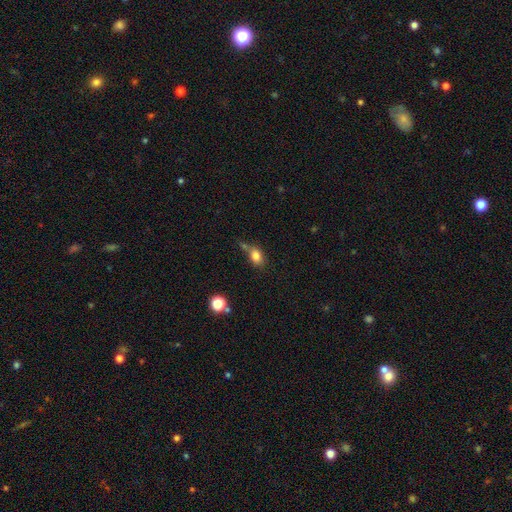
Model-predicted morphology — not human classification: This is clearly a smooth galaxy (81%). How rounded: likely in between (71%). Merging: possibly none (49%).